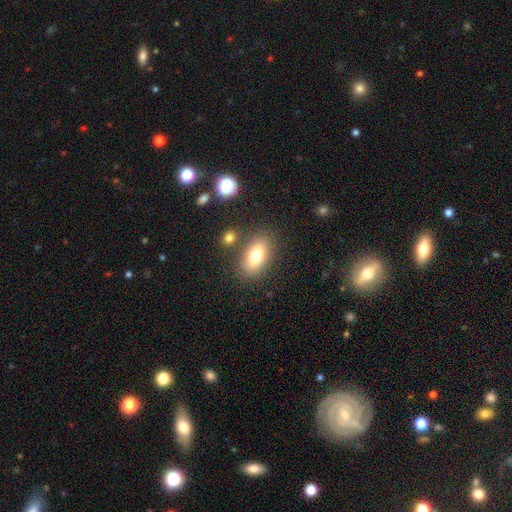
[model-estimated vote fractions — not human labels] smooth_or_featured: smooth (p=0.76) [alt: featured or disk p=0.15]
how_rounded: in between (p=0.88) [alt: round p=0.08]
merging: none (p=0.78) [alt: minor disturbance p=0.11]